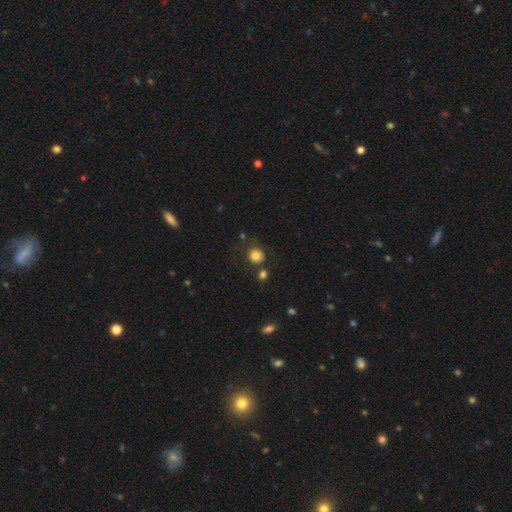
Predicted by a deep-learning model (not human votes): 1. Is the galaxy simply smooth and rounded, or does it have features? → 81% smooth, 12% star or artifact, 7% featured or disk.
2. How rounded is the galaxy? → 89% round, 11% in between, 1% cigar-shaped.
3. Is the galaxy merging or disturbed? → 73% none, 13% minor disturbance, 8% merger, 5% major disturbance.